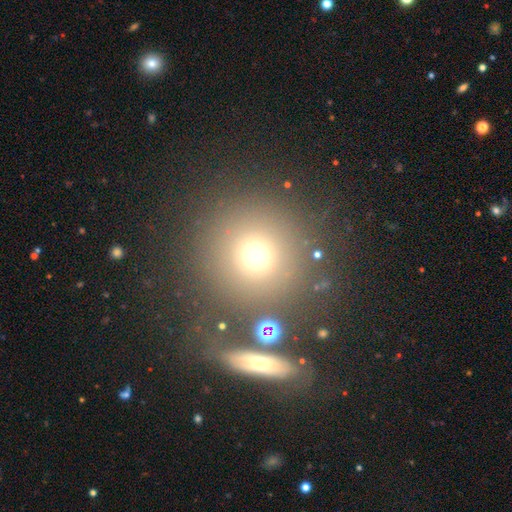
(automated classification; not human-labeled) A smooth galaxy with no disk features (69%) that is round (93%).

Vote fractions:
- Smooth or featured? smooth: 69% / star or artifact: 18% / featured or disk: 13%
- How rounded? round: 93% / in between: 6% / cigar-shaped: 1%
- Merging? none: 77% / merger: 9% / minor disturbance: 9% / major disturbance: 5%